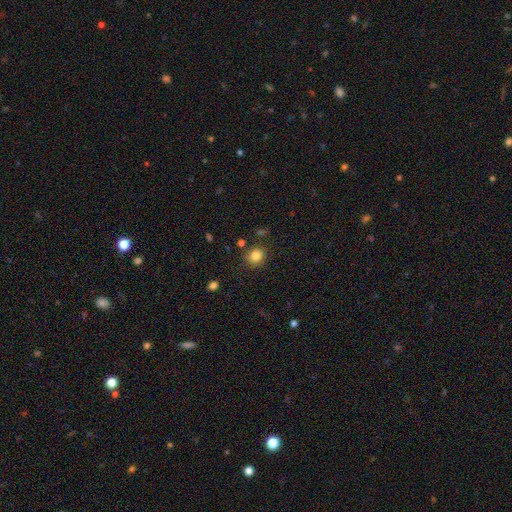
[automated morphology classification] This appears to be a smooth galaxy with no disk features (82%) that is round (78%). Merging: none (83%).